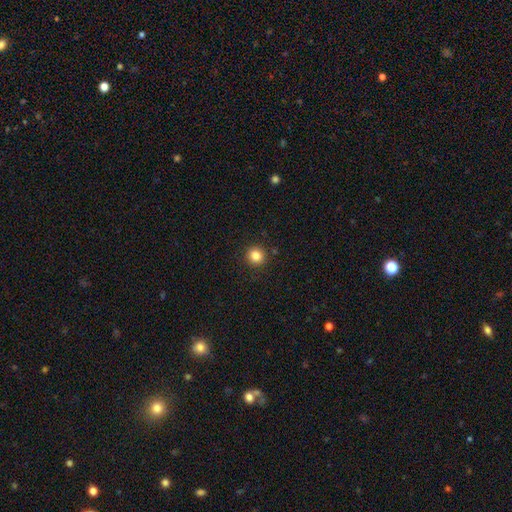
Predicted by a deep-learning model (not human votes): Morphology: type=smooth (85%); roundness=round (93%); merging=none (91%).